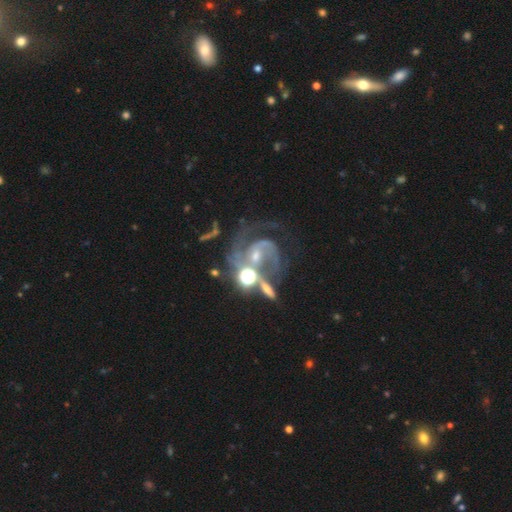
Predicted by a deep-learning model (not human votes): Morphology: type=featured or disk (83%); edge-on=no (98%); bar=no (49%); spiral arms=yes (95%); winding=medium (50%); arm count=2 (69%); bulge=small (57%); merging=none (37%).